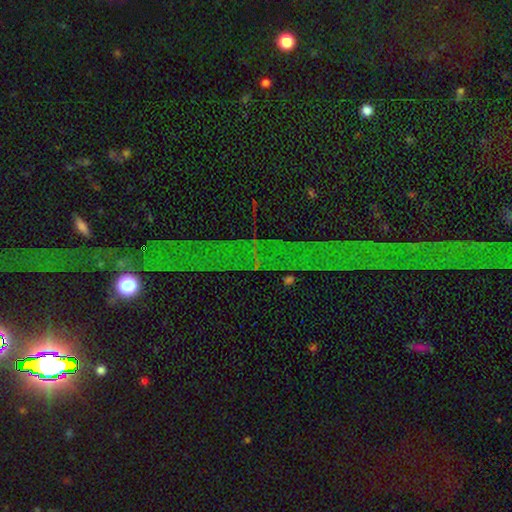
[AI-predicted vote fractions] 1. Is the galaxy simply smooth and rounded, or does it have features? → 80% star or artifact, 10% featured or disk, 9% smooth.